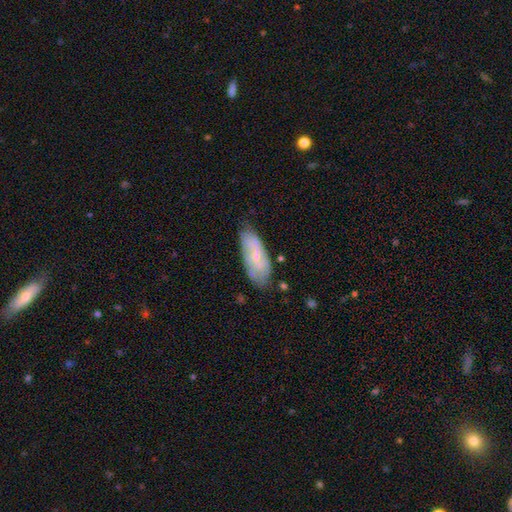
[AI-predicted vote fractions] Smooth or featured?
  - featured or disk: 49% *
  - smooth: 44%
  - star or artifact: 7%
Merging?
  - none: 67% *
  - minor disturbance: 25%
  - major disturbance: 6%
  - merger: 3%